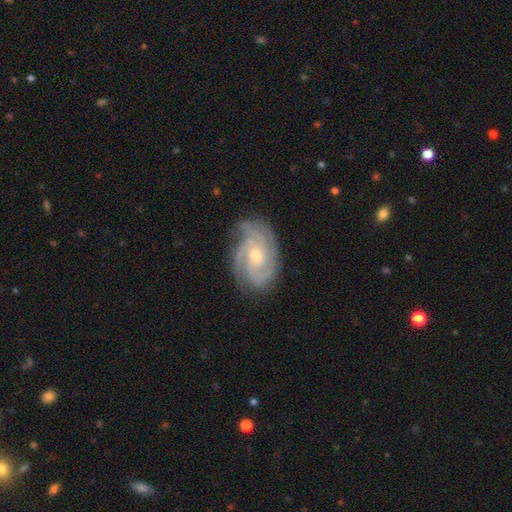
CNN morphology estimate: This is clearly a featured or disk galaxy (90%). It is clearly not viewed edge-on (97%). Bar: likely no (69%). Spiral arm pattern: clearly yes (98%). Spiral arm count: possibly 3 (45%). Spiral winding: likely tight (67%). Central bulge: possibly small (54%). Merging: likely none (77%).